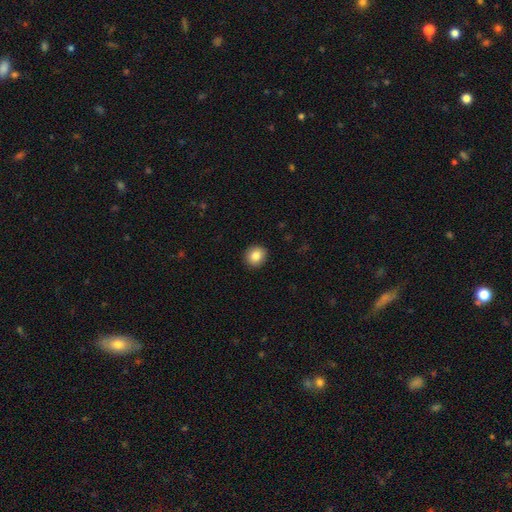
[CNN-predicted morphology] Smooth or featured: smooth — 85% (star or artifact — 9%)
How rounded: round — 82% (in between — 18%)
Merging: none — 92% (minor disturbance — 6%)